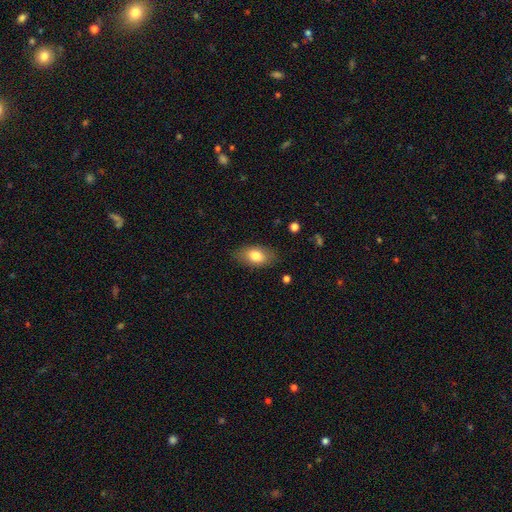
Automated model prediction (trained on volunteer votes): This is likely a smooth galaxy (80%). How rounded: clearly in between (89%). Merging: clearly none (83%).